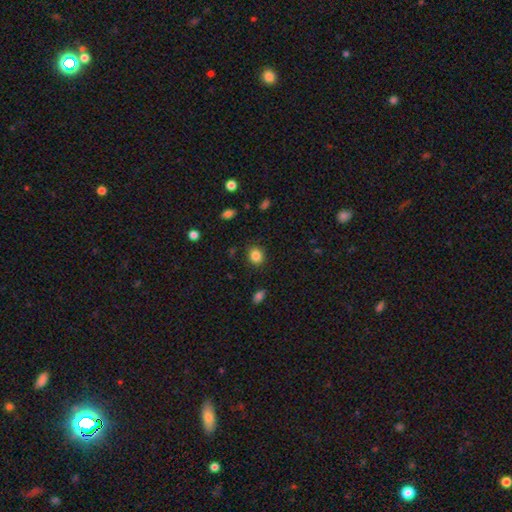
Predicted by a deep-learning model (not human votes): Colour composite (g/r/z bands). It shows a smooth galaxy with no disk features (85%) that is round (72%). Merging: none (87%).